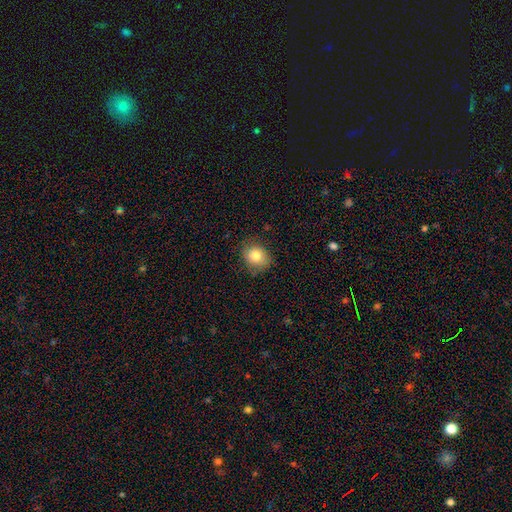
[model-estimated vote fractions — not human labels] The model was most divided on "how rounded": round: 61%, in between: 38%, cigar-shaped: 1%. More confident: smooth or featured — smooth (82%); merging — none (79%).